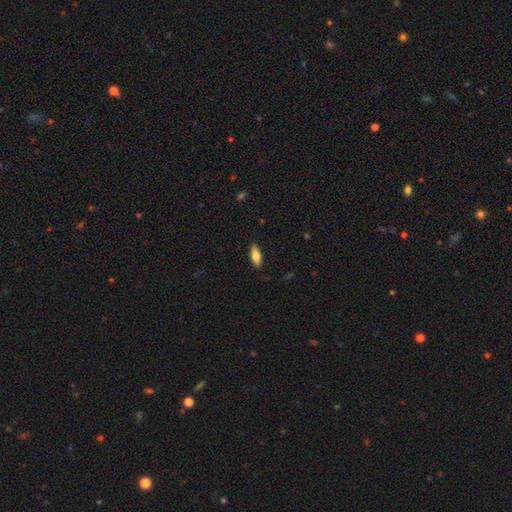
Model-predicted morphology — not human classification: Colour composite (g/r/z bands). It shows a smooth galaxy with no disk features (67%) that is in between round and cigar-shaped (70%). Merging: none (88%).